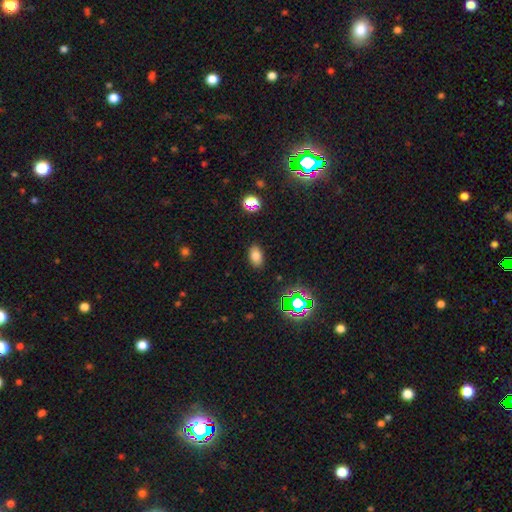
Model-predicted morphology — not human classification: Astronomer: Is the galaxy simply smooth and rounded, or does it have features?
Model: smooth — 78%.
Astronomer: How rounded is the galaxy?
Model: in between — 90%.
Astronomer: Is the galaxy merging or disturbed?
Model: none — 87%.